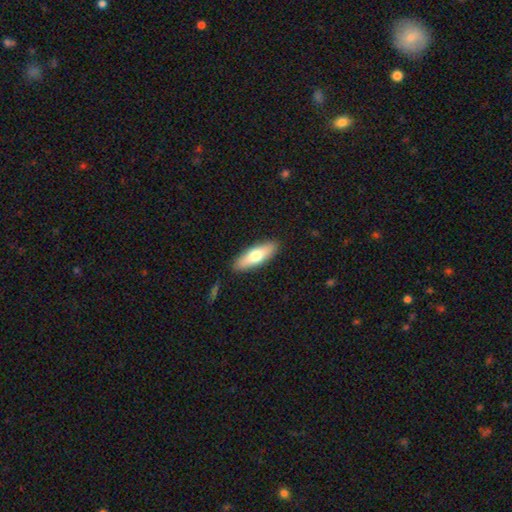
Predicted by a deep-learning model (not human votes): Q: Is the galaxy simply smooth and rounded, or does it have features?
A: smooth — 65%.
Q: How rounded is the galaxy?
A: in between — 54%.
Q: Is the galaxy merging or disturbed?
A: none — 88%.